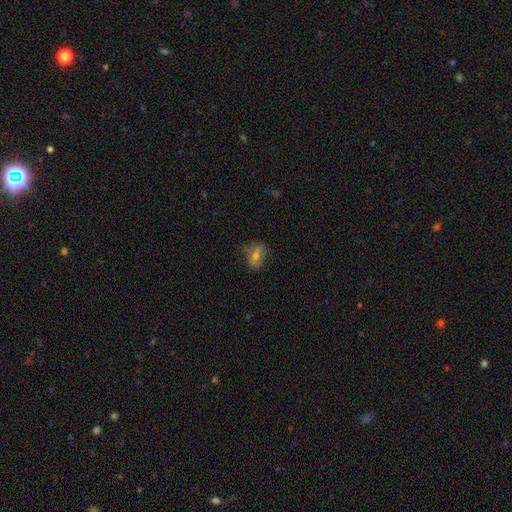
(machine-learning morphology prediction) Q: Smooth or featured?
A: smooth (49%); runner-up: featured or disk (35%)
Q: Merging?
A: none (70%); runner-up: minor disturbance (21%)